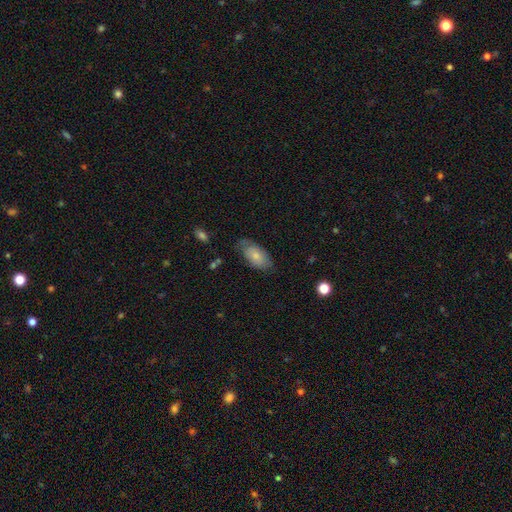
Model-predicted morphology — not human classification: Smooth or featured: smooth — 72% (featured or disk — 22%)
How rounded: in between — 93% (round — 4%)
Merging: none — 62% (minor disturbance — 28%)